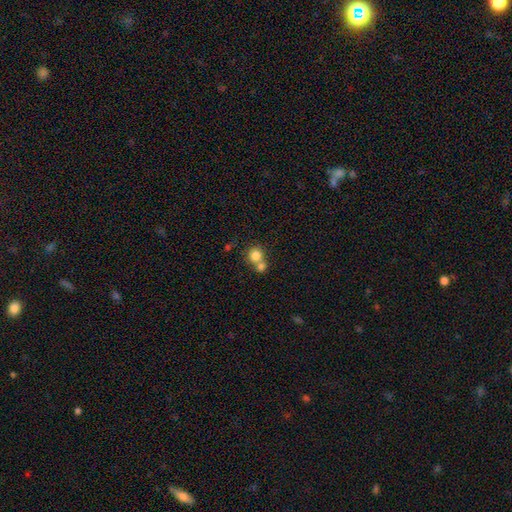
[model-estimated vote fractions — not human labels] Smooth or featured?
  - smooth: 80% *
  - featured or disk: 10%
  - star or artifact: 10%
How rounded?
  - round: 87% *
  - in between: 12%
  - cigar-shaped: 1%
Merging?
  - merger: 50% *
  - none: 40%
  - minor disturbance: 6%
  - major disturbance: 3%